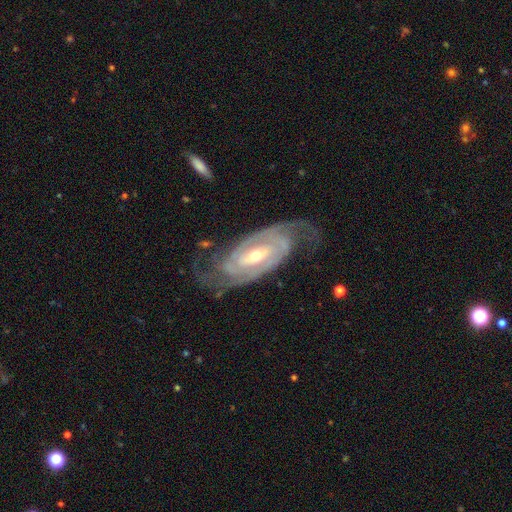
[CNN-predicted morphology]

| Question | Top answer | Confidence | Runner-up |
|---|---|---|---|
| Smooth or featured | featured or disk | 92% | star or artifact (5%) |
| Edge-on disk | no | 95% | yes (5%) |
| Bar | weak | 39% | strong (34%) |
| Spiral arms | yes | 98% | no (2%) |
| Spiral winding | tight | 66% | medium (28%) |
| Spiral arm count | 2 | 71% | 3 (10%) |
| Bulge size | moderate | 53% | small (43%) |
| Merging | none | 75% | minor disturbance (16%) |